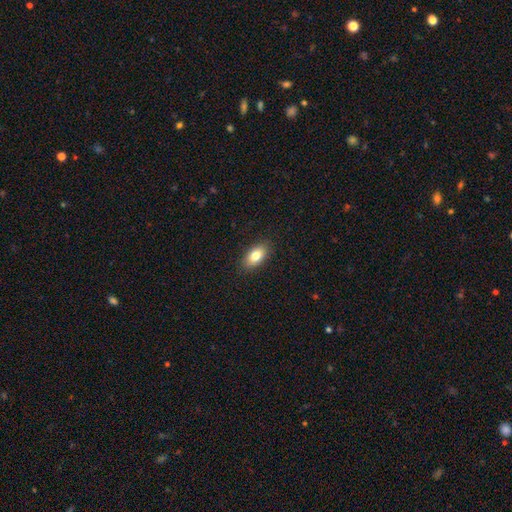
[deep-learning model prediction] Smooth or featured? smooth (79%)
How rounded? in between (90%)
Merging? none (89%)